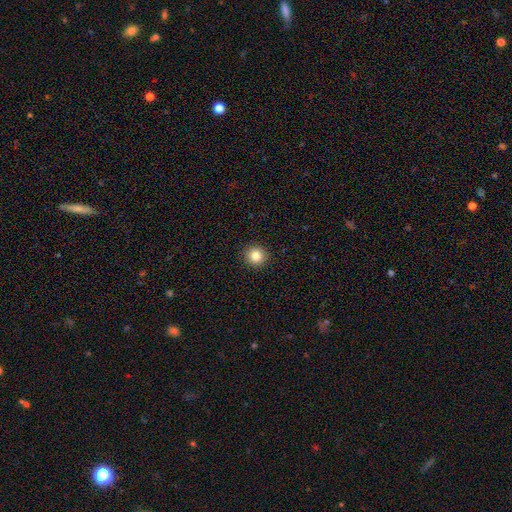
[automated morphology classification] A smooth galaxy with no disk features (84%) that is round (93%).

Vote fractions:
- Smooth or featured? smooth: 84% / star or artifact: 10% / featured or disk: 5%
- How rounded? round: 93% / in between: 6% / cigar-shaped: 1%
- Merging? none: 92% / minor disturbance: 5% / major disturbance: 2% / merger: 1%